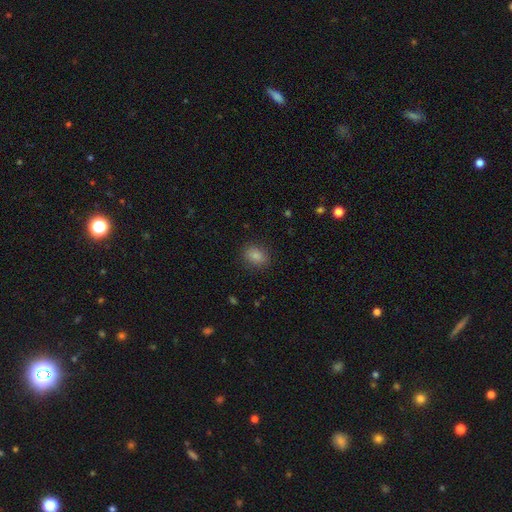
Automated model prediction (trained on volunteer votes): smooth 85%, star or artifact 10%, featured or disk 5%. Down the decision tree: how rounded — in between (65%); merging — none (86%).